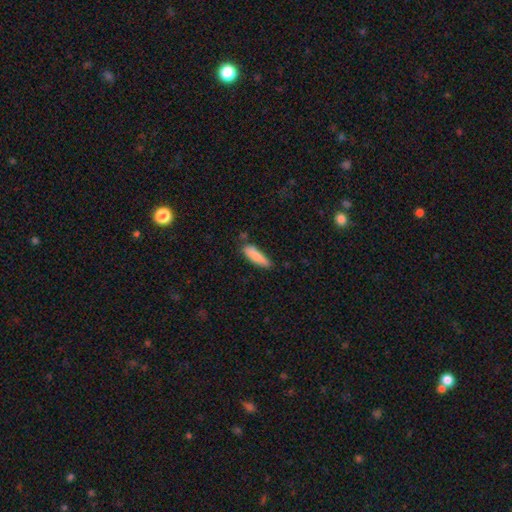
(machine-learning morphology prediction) Smooth or featured: smooth — 84% (featured or disk — 10%)
How rounded: cigar-shaped — 60% (in between — 39%)
Merging: none — 69% (minor disturbance — 23%)